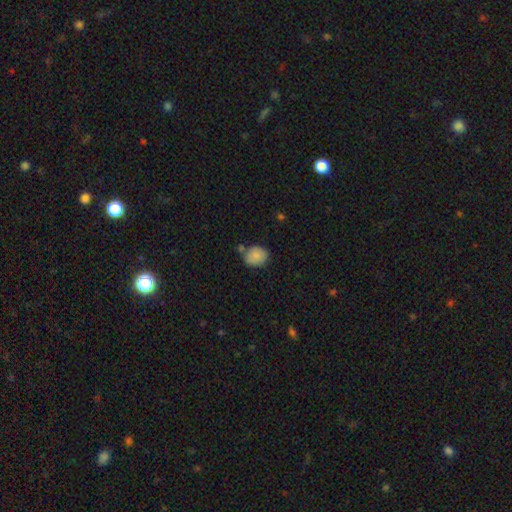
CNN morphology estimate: This is clearly a smooth galaxy (85%). How rounded: possibly round (56%). Merging: likely none (65%).